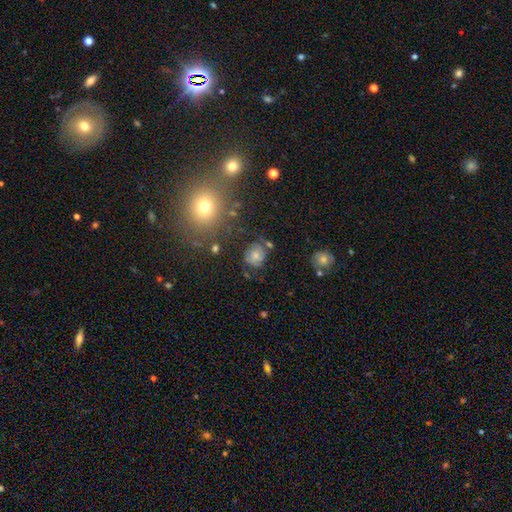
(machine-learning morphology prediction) Q: Smooth or featured?
A: smooth (55%); runner-up: featured or disk (31%)
Q: How rounded?
A: round (73%); runner-up: in between (26%)
Q: Merging?
A: none (65%); runner-up: minor disturbance (20%)